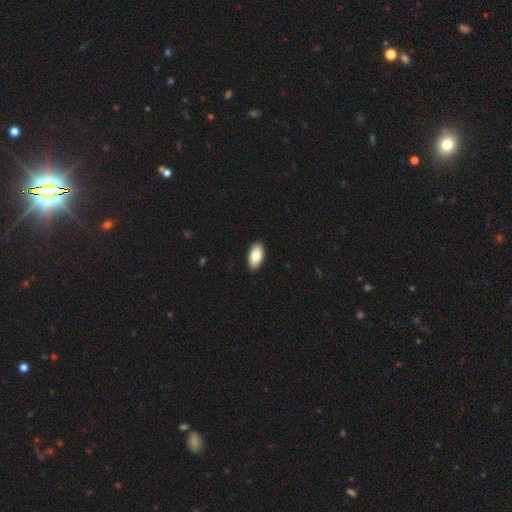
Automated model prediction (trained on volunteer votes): smooth_or_featured: smooth (p=0.84) [alt: featured or disk p=0.10]
how_rounded: in between (p=0.94) [alt: cigar-shaped p=0.03]
merging: none (p=0.89) [alt: minor disturbance p=0.09]